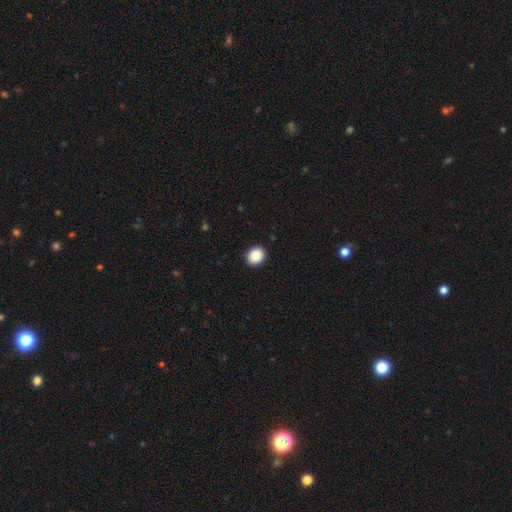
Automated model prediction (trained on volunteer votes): Smooth or featured? Predicted: smooth (p=0.87). How rounded? Predicted: round (p=0.61). Merging? Predicted: none (p=0.92).